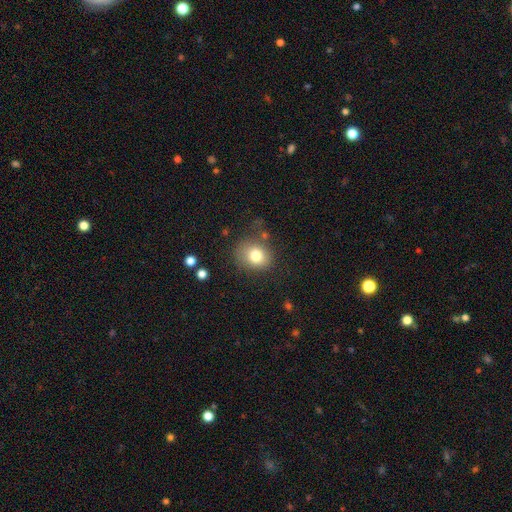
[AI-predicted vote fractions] Overall: smooth (79%). How rounded: round (67%; in between 32%). Merging: none (73%).